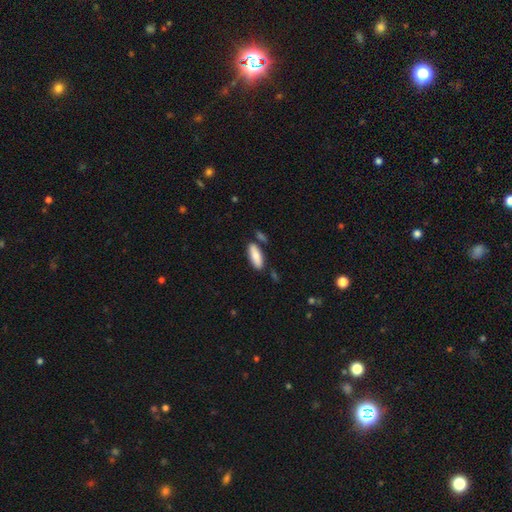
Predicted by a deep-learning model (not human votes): Overall: smooth (81%). How rounded: in between (70%). Merging: none (78%).